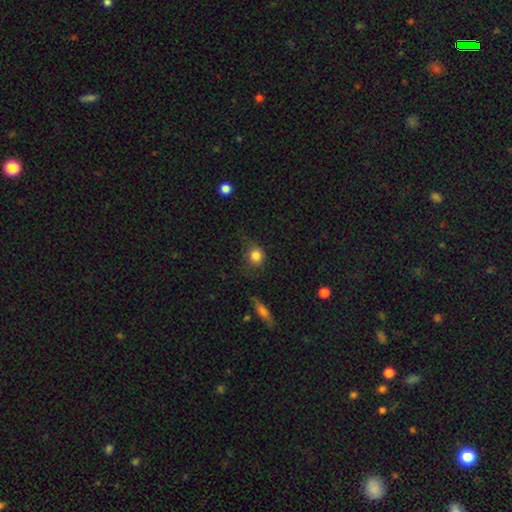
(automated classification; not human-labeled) Overall: smooth (83%). How rounded: round (83%). Merging: none (66%).